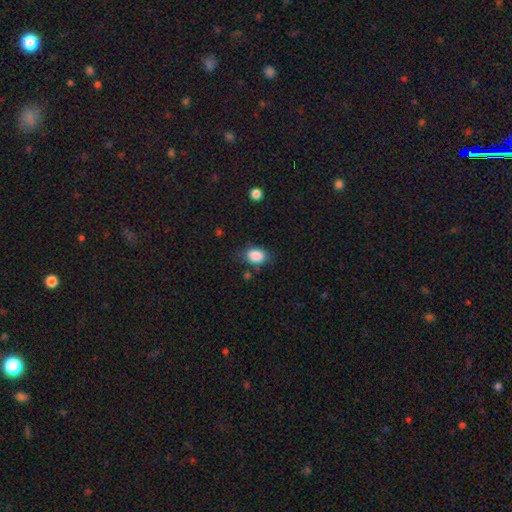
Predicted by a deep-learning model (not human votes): smooth_or_featured: smooth (p=0.87) [alt: star or artifact p=0.09]
how_rounded: in between (p=0.74) [alt: round p=0.24]
merging: none (p=0.71) [alt: minor disturbance p=0.20]